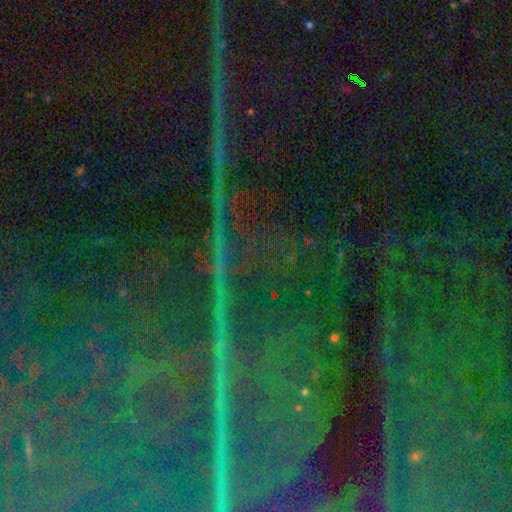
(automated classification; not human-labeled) This appears to be a star or artifact, not a galaxy (88%).